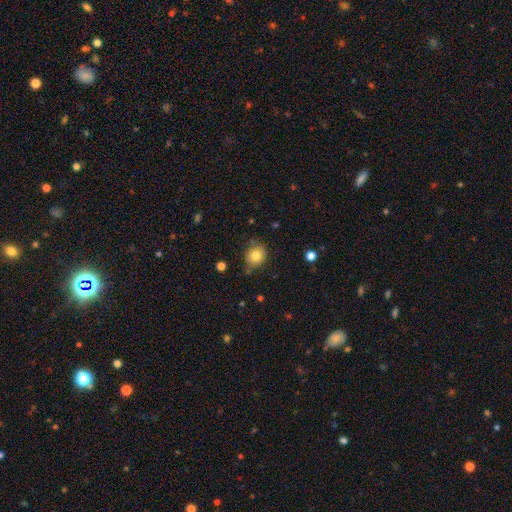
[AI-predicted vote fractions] Overall: smooth (80%). How rounded: round (71%). Merging: none (75%).